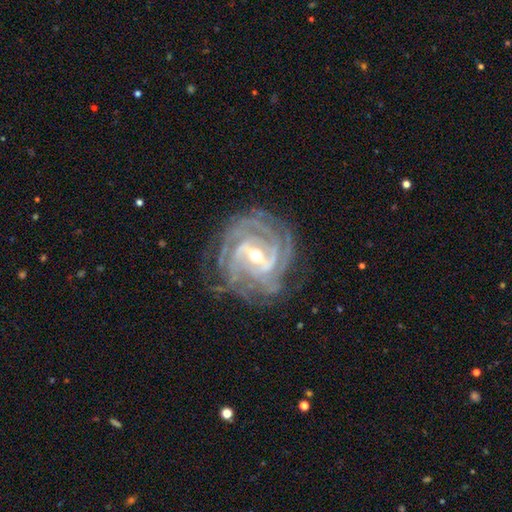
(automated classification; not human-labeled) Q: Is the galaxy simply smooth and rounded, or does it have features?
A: featured or disk — 92%.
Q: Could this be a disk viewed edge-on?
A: no — 97%.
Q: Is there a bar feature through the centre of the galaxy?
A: strong — 49%.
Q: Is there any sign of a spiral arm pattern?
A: yes — 98%.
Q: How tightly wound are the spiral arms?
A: tight — 77%.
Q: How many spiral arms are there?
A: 4 — 32%.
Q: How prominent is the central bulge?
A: small — 49%.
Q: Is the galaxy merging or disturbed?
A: none — 79%.